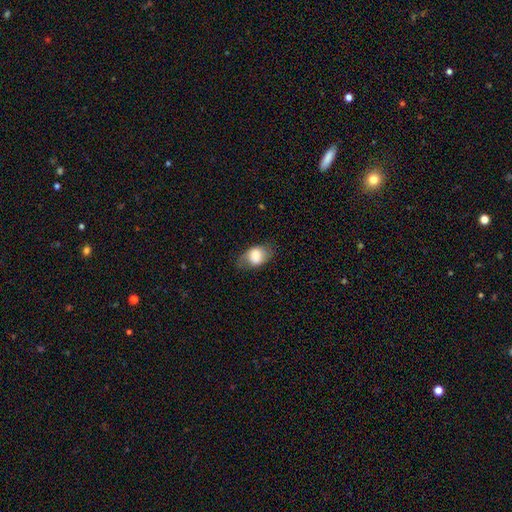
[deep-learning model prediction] smooth-or-featured: smooth: 71% | featured or disk: 21% | star or artifact: 8%
  how-rounded: in between: 80% | round: 18% | cigar-shaped: 2%
  merging: none: 69% | minor disturbance: 21% | major disturbance: 9% | merger: 1%